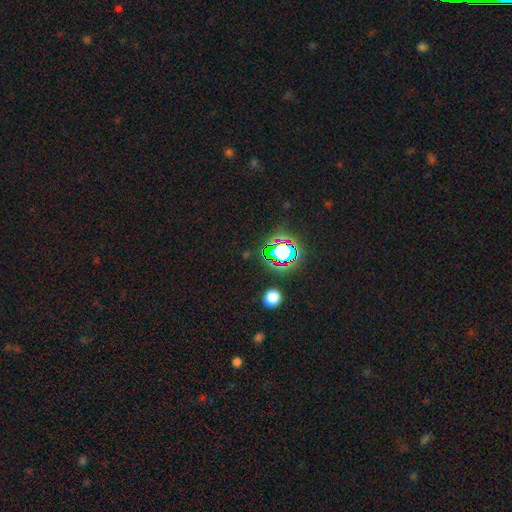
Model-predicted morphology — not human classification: Q: Smooth or featured?
A: star or artifact (80%); runner-up: smooth (13%)